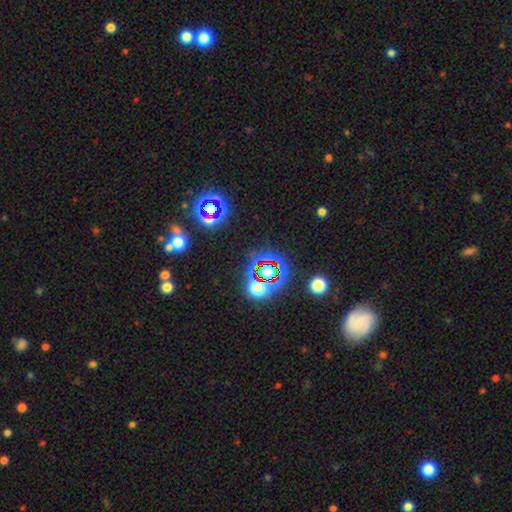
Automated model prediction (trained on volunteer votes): star or artifact 75%, smooth 16%, featured or disk 9%.